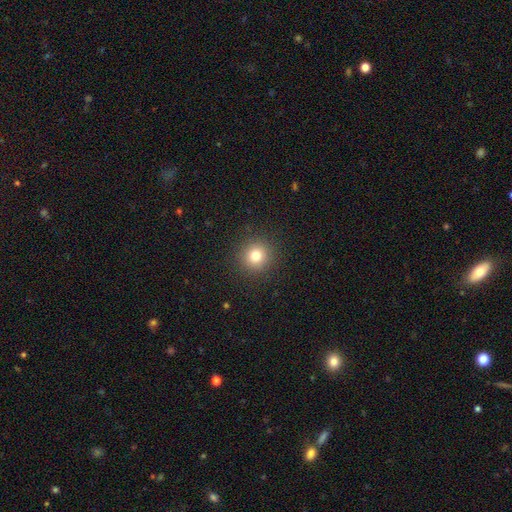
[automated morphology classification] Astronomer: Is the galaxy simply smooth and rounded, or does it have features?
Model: smooth — 78%.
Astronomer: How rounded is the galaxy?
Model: round — 94%.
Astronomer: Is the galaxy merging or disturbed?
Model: none — 91%.